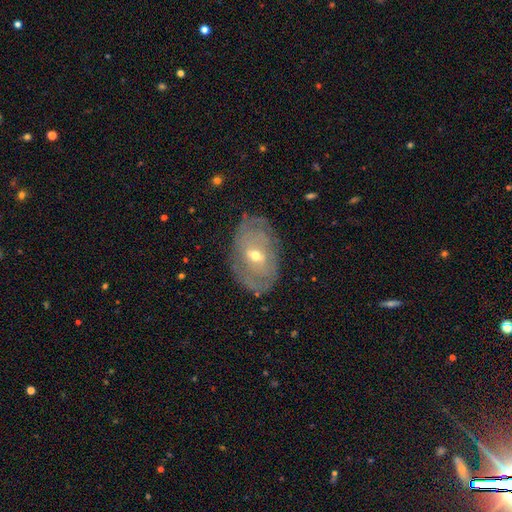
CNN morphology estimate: This appears to be a featured or disk galaxy (68%) with a weak bar (46%), spiral arms (63%) and a moderate central bulge (53%). Merging: none (74%).